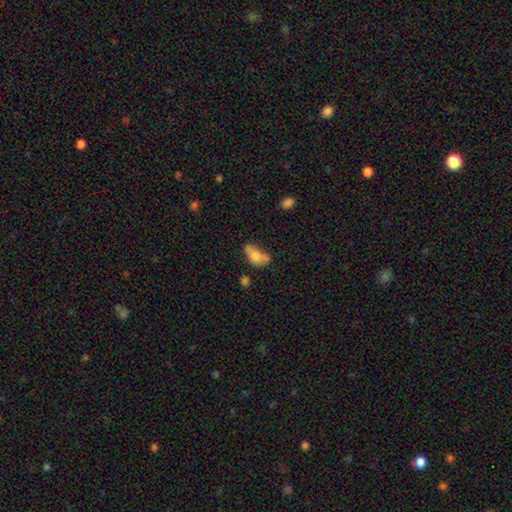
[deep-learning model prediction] smooth 72%, featured or disk 18%, star or artifact 10%. Down the decision tree: how rounded — in between (87%); merging — none (30%).